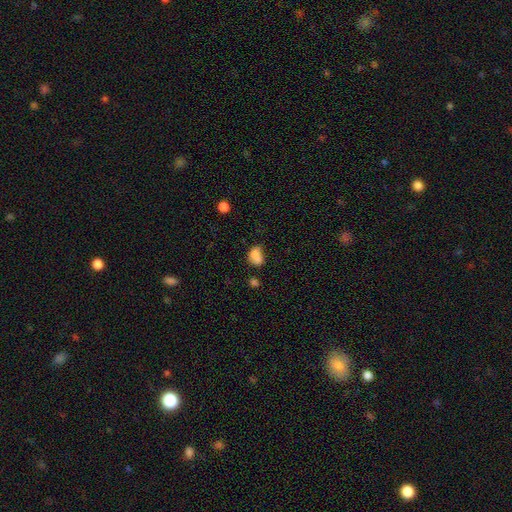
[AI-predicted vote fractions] Q: Smooth or featured?
A: smooth (76%); runner-up: featured or disk (13%)
Q: How rounded?
A: in between (64%); runner-up: round (35%)
Q: Merging?
A: merger (44%); runner-up: none (30%)